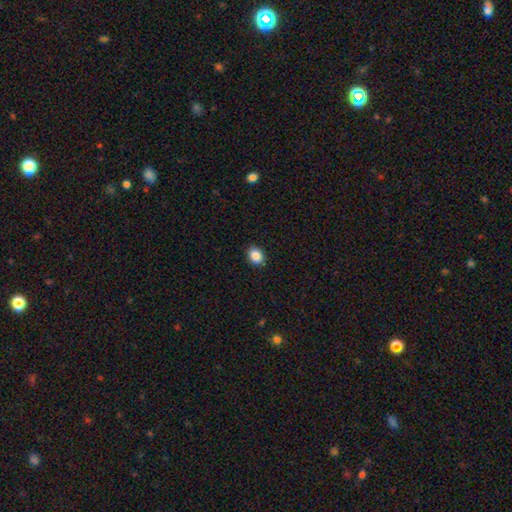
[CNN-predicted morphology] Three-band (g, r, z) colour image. It shows a smooth galaxy with no disk features (88%) that is in between round and cigar-shaped (63%). Merging: none (91%).